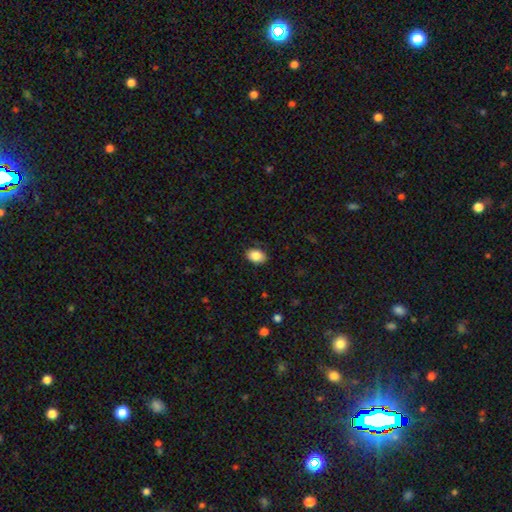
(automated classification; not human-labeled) Smooth or featured: smooth — 86% (star or artifact — 8%)
How rounded: in between — 84% (round — 15%)
Merging: none — 86% (minor disturbance — 11%)